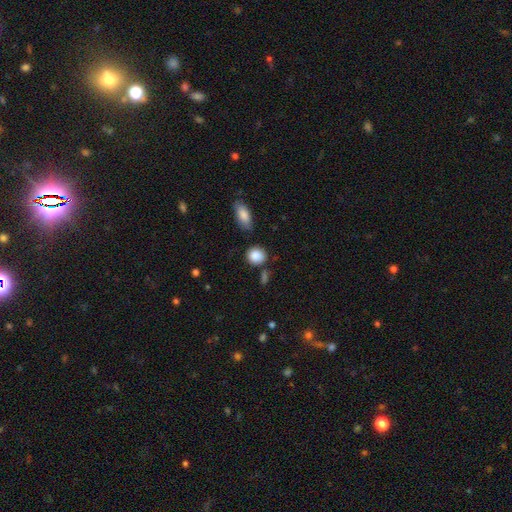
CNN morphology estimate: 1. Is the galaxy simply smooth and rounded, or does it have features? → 88% smooth, 8% star or artifact, 4% featured or disk.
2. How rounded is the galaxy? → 80% round, 18% in between, 2% cigar-shaped.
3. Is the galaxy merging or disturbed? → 76% none, 13% minor disturbance, 7% merger, 4% major disturbance.